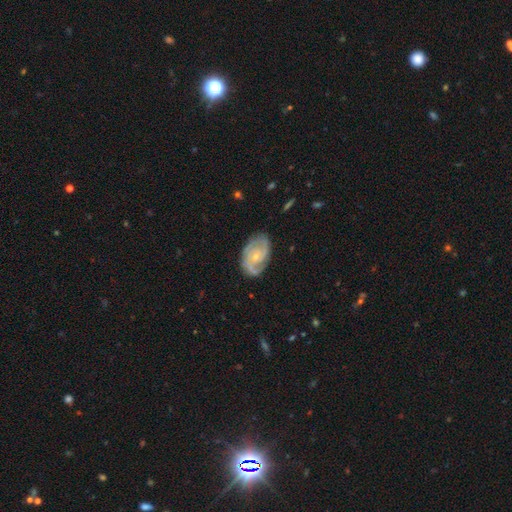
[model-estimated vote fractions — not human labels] This appears to be a featured or disk galaxy (82%) with no bar (67%), 2 (60%) tight (50%) spiral arms (94%) and a small central bulge (72%). Merging: none (72%).